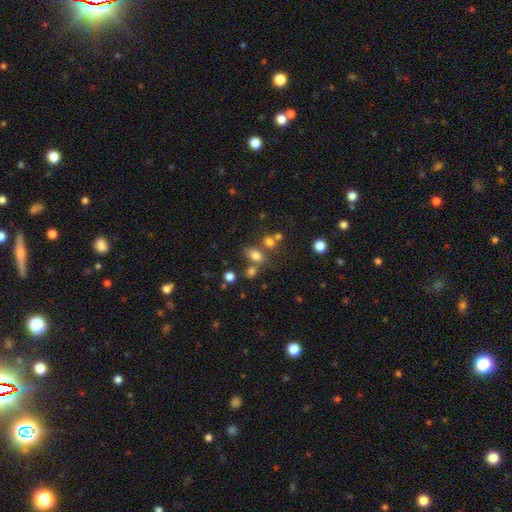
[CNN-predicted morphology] Smooth or featured? smooth (74%)
How rounded? in between (73%)
Merging? none (54%)